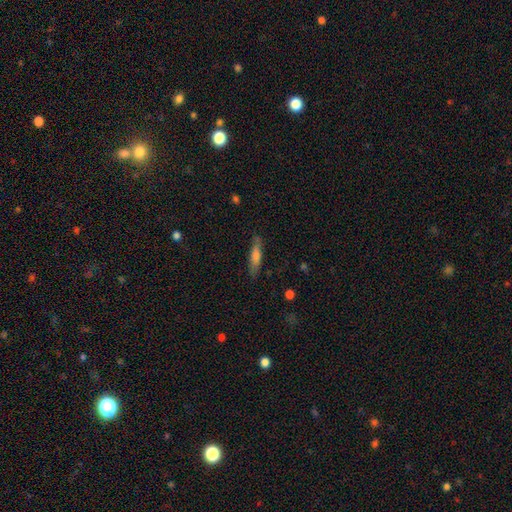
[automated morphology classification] The model was most divided on "smooth or featured": smooth: 60%, featured or disk: 33%, star or artifact: 7%. More confident: merging — none (82%); how rounded — cigar-shaped (79%).